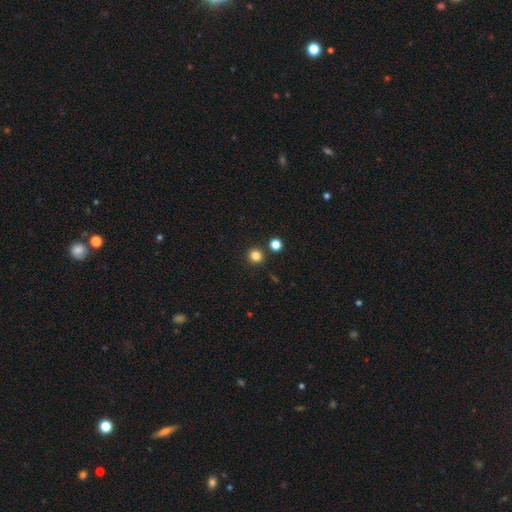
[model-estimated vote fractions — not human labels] Morphology: type=smooth (82%); roundness=round (92%); merging=none (87%).